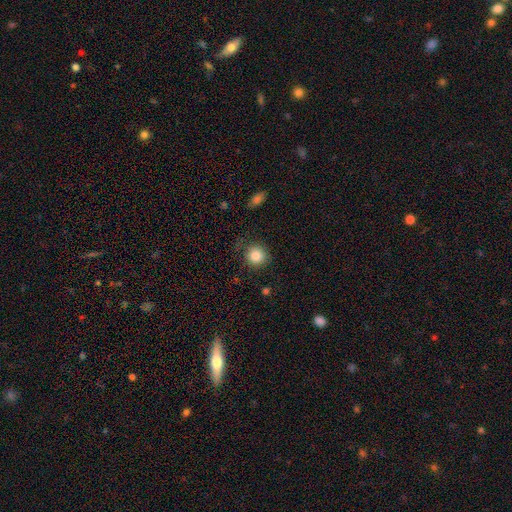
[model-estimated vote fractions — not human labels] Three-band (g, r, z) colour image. It shows a smooth galaxy with no disk features (85%) that is round (92%). Merging: none (82%).